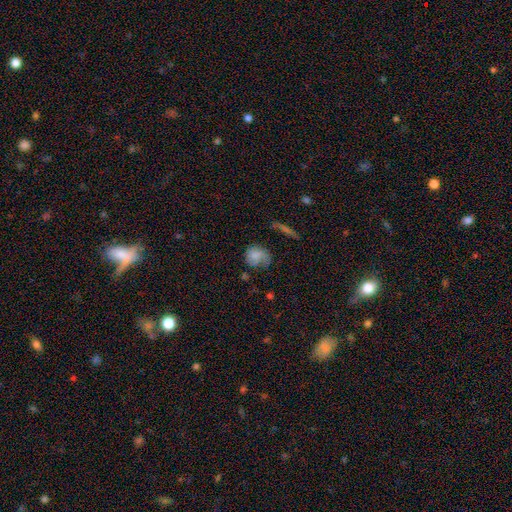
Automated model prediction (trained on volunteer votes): smooth-or-featured: smooth: 67% | featured or disk: 24% | star or artifact: 9%
  how-rounded: round: 64% | in between: 35% | cigar-shaped: 2%
  merging: none: 46% | minor disturbance: 31% | major disturbance: 19% | merger: 3%